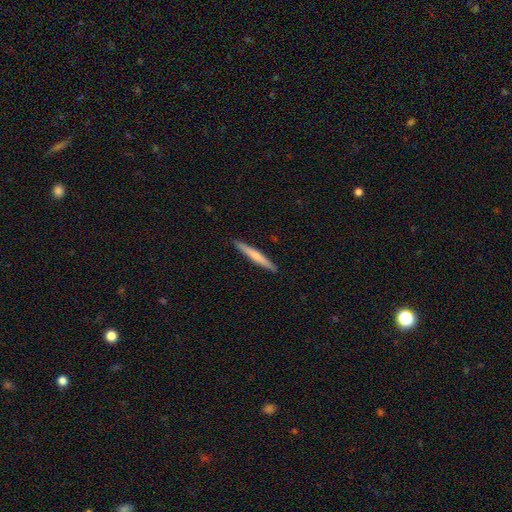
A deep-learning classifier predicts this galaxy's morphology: A smooth galaxy with no disk features (59%) that is cigar-shaped (96%). Merging: none (91%).